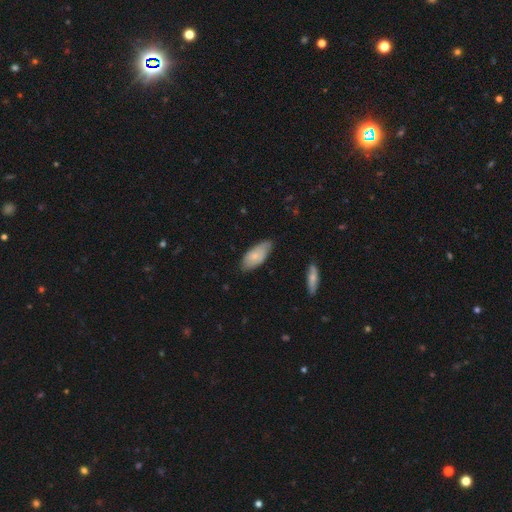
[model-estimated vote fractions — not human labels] smooth_or_featured: smooth (p=0.68) [alt: featured or disk p=0.26]
how_rounded: in between (p=0.89) [alt: cigar-shaped p=0.08]
merging: none (p=0.69) [alt: minor disturbance p=0.26]